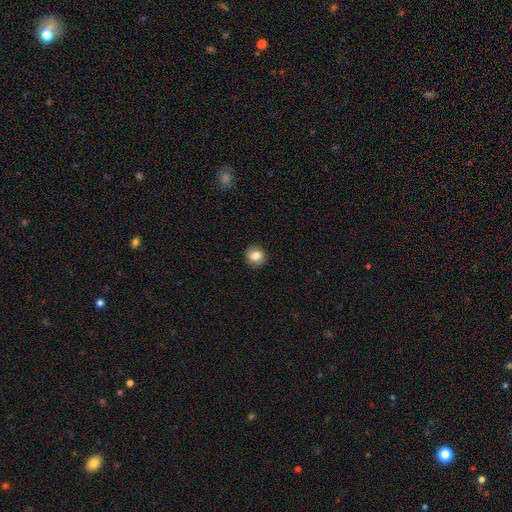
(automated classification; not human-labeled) smooth 80%, featured or disk 11%, star or artifact 10%. Down the decision tree: how rounded — round (85%); merging — none (88%).